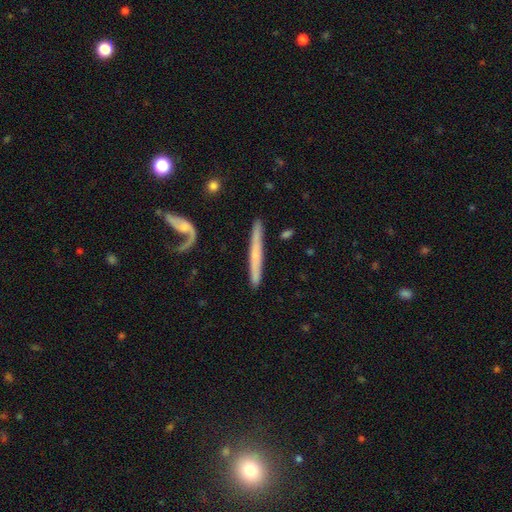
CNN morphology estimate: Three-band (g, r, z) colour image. It shows a featured or disk galaxy (51%) viewed edge-on (85%). Merging: none (79%).